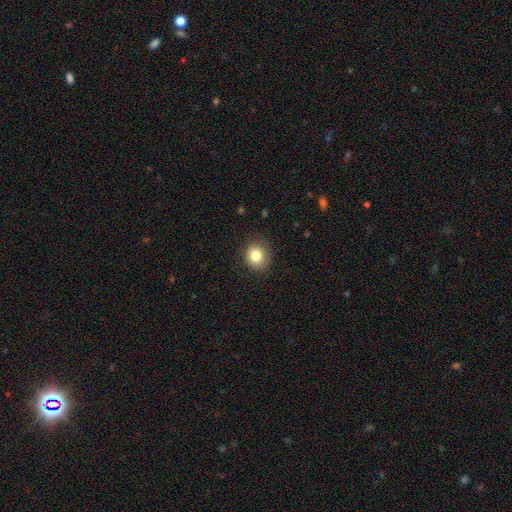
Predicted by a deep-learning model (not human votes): Smooth or featured: smooth — 82% (star or artifact — 10%)
How rounded: round — 75% (in between — 24%)
Merging: none — 86% (minor disturbance — 10%)